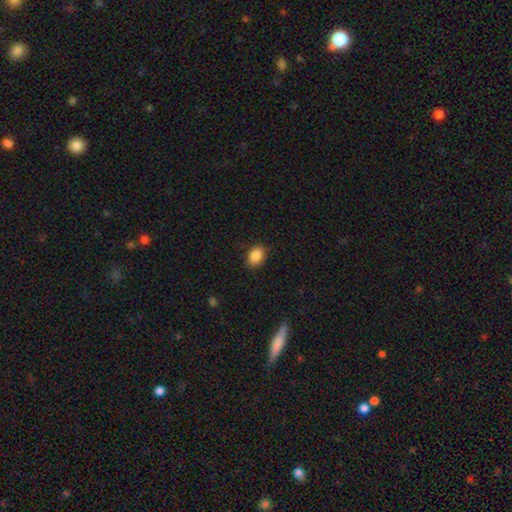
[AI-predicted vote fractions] Smooth or featured? smooth (88%)
How rounded? in between (79%)
Merging? none (86%)